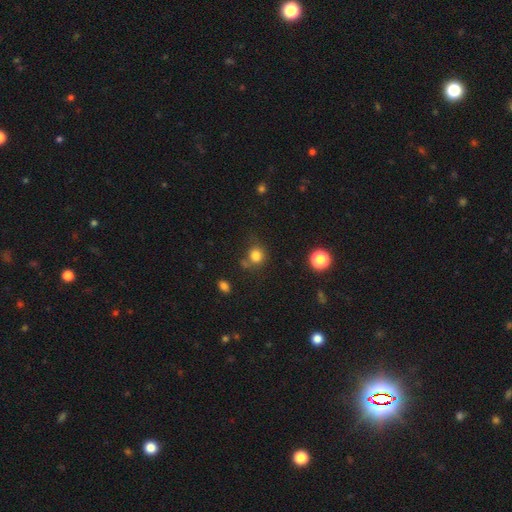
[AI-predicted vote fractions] smooth-or-featured: smooth: 81% | star or artifact: 13% | featured or disk: 6%
  how-rounded: round: 78% | in between: 21% | cigar-shaped: 1%
  merging: none: 64% | minor disturbance: 17% | merger: 13% | major disturbance: 7%